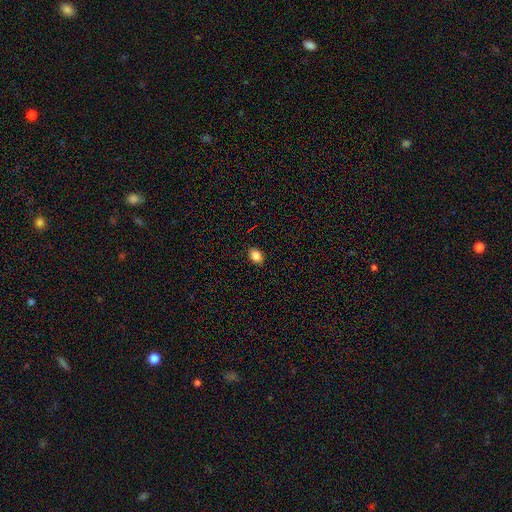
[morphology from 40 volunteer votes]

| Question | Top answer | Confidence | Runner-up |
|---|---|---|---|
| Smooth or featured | smooth | 85% | star or artifact (12%) |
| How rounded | in between | 88% | round (12%) |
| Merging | none | 77% | minor disturbance (14%) |